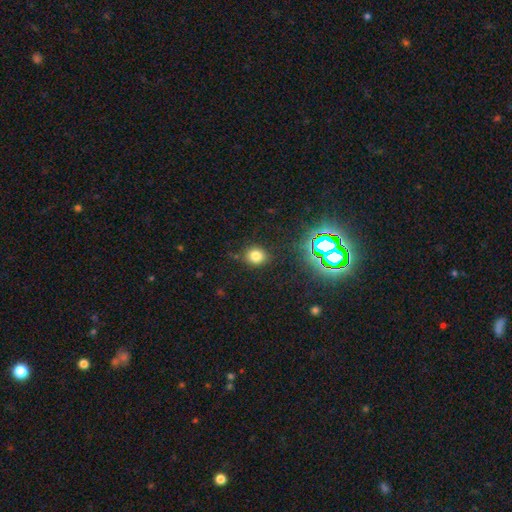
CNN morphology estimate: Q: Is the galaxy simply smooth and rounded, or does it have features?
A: smooth — 73%.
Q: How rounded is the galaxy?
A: round — 70%.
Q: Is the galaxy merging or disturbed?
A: none — 81%.